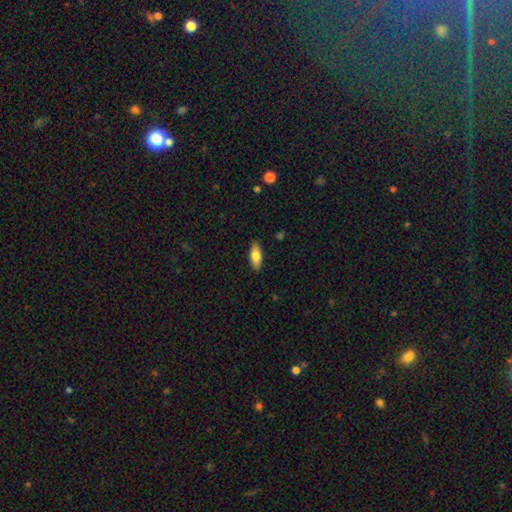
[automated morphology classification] smooth 75%, featured or disk 19%, star or artifact 6%. Down the decision tree: how rounded — in between (74%); merging — none (89%).